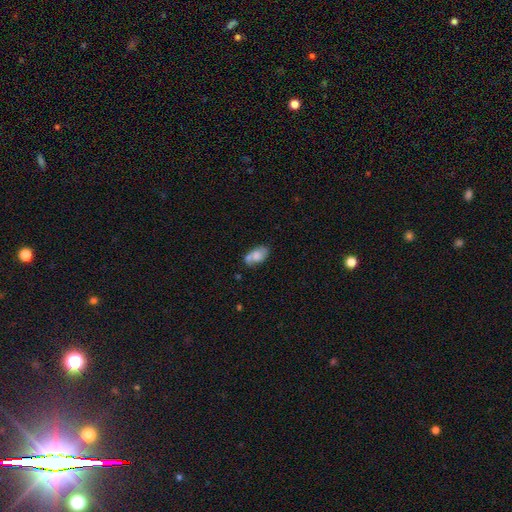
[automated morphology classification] Smooth or featured?
  - smooth: 62% *
  - featured or disk: 30%
  - star or artifact: 9%
How rounded?
  - in between: 91% *
  - round: 6%
  - cigar-shaped: 3%
Merging?
  - none: 48% *
  - minor disturbance: 25%
  - merger: 18%
  - major disturbance: 9%